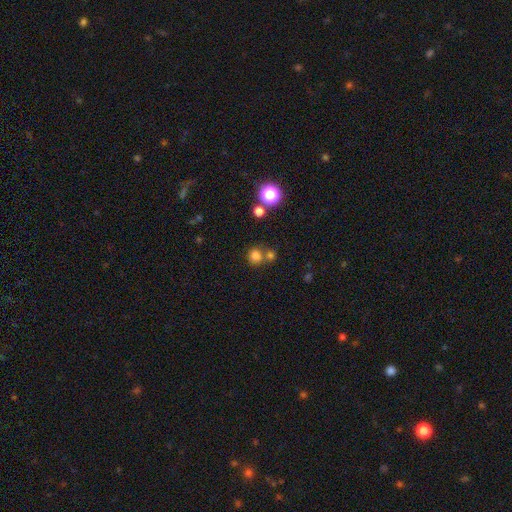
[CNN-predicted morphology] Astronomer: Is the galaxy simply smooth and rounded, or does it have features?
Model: smooth — 76%.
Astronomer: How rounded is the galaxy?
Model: round — 88%.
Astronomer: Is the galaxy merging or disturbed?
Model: none — 60%.